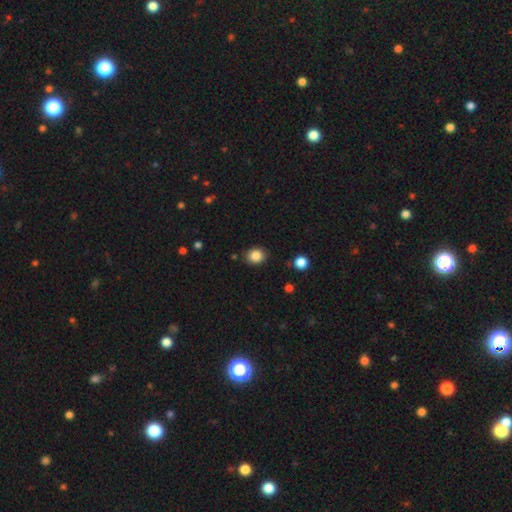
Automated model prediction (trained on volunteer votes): Overall: smooth (85%). How rounded: round (73%). Merging: none (88%).